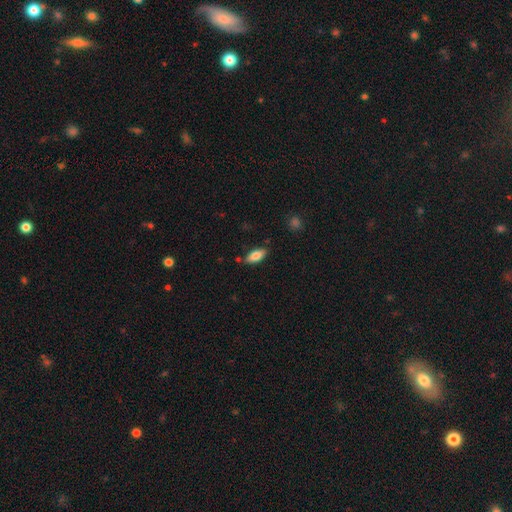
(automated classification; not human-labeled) This appears to be a smooth galaxy with no disk features (77%) that is in between round and cigar-shaped (81%). Merging: none (81%).